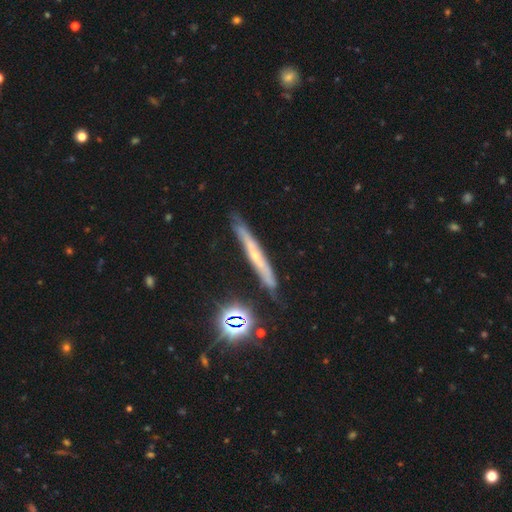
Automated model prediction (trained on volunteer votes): Smooth or featured: featured or disk — 62% (smooth — 25%)
Edge-on disk: yes — 90% (no — 10%)
Edge-on bulge: rounded — 54% (none — 42%)
Merging: none — 80% (minor disturbance — 15%)